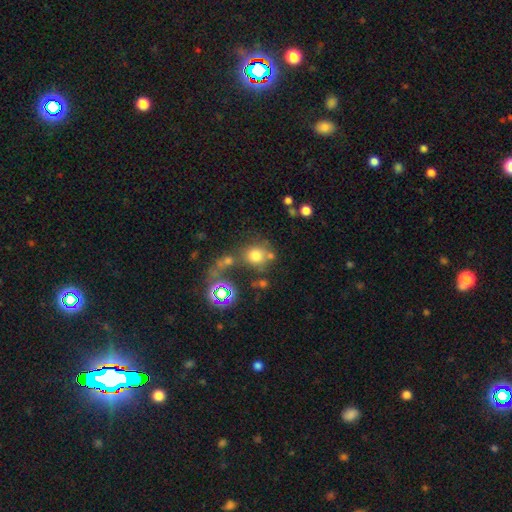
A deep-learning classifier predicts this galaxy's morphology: Smooth or featured? smooth (70%)
How rounded? round (79%)
Merging? none (57%)